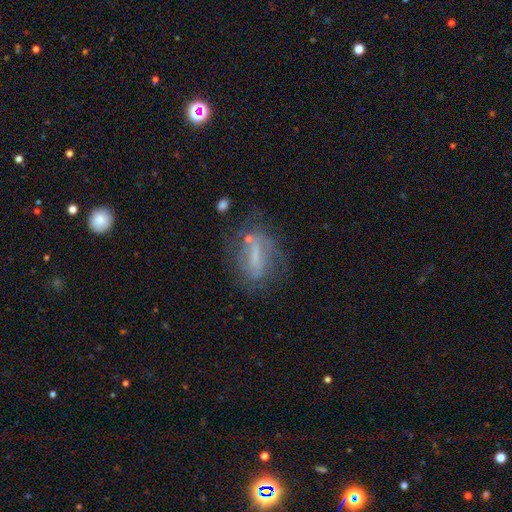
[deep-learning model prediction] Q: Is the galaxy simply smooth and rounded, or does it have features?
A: featured or disk — 55%.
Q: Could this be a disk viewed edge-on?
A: no — 87%.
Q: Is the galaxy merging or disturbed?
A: none — 54%.